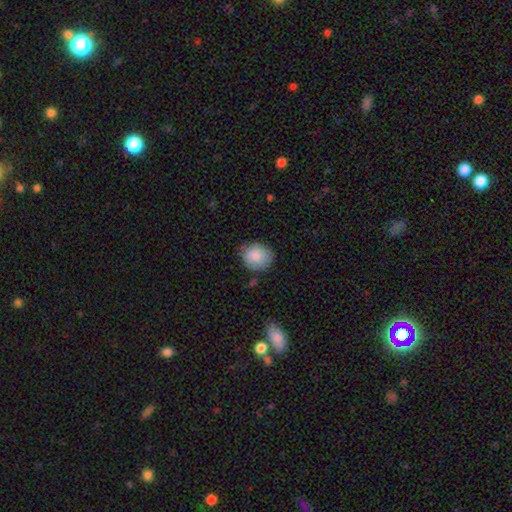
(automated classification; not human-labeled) smooth 79%, featured or disk 15%, star or artifact 7%. Down the decision tree: how rounded — round (70%); merging — none (69%).